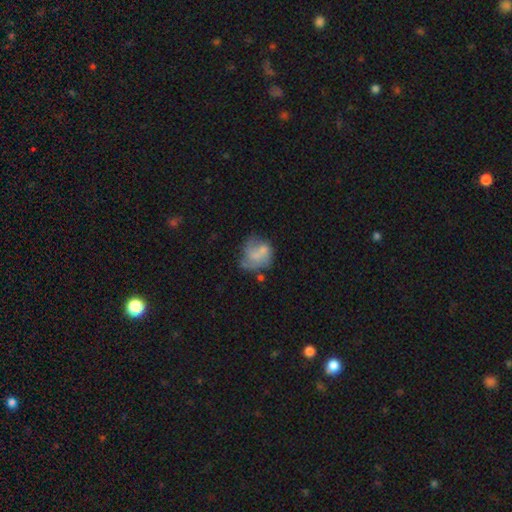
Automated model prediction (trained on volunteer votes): A smooth galaxy with no disk features (50%).

Vote fractions:
- Smooth or featured? smooth: 50% / featured or disk: 41% / star or artifact: 9%
- Merging? none: 37% / minor disturbance: 24% / major disturbance: 23% / merger: 17%